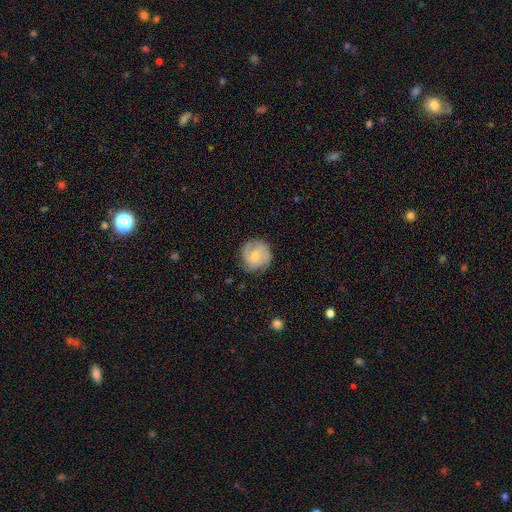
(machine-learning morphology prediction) Smooth or featured? Predicted: featured or disk (p=0.60). Edge-on disk? Predicted: no (p=0.98). Bar? Predicted: no (p=0.48). Spiral arms? Predicted: yes (p=0.91). Spiral winding? Predicted: medium (p=0.44). Spiral arm count? Predicted: 2 (p=0.54). Bulge size? Predicted: small (p=0.50). Merging? Predicted: none (p=0.77).